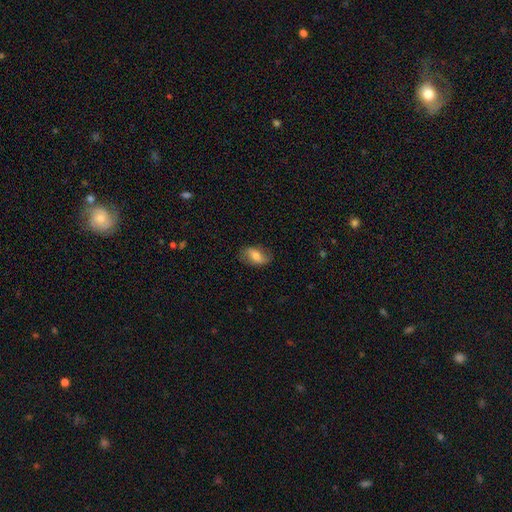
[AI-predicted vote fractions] The model was most divided on "smooth or featured": smooth: 59%, featured or disk: 33%, star or artifact: 8%. More confident: how rounded — in between (88%); merging — none (76%).